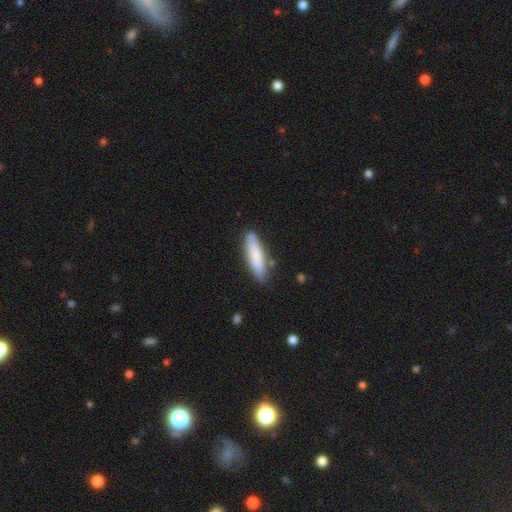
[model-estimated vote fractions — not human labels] smooth 79%, featured or disk 16%, star or artifact 5%. Down the decision tree: how rounded — cigar-shaped (63%); merging — none (79%).